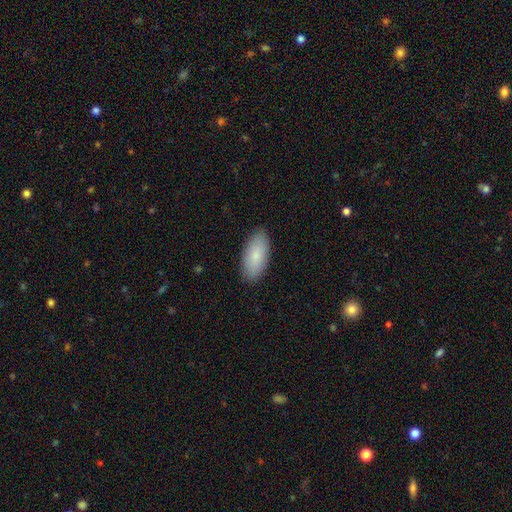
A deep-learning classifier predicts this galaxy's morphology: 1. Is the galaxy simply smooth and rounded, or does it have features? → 85% smooth, 9% featured or disk, 6% star or artifact.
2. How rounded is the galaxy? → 92% in between, 6% cigar-shaped, 2% round.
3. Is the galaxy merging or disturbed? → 88% none, 9% minor disturbance, 2% major disturbance, 1% merger.